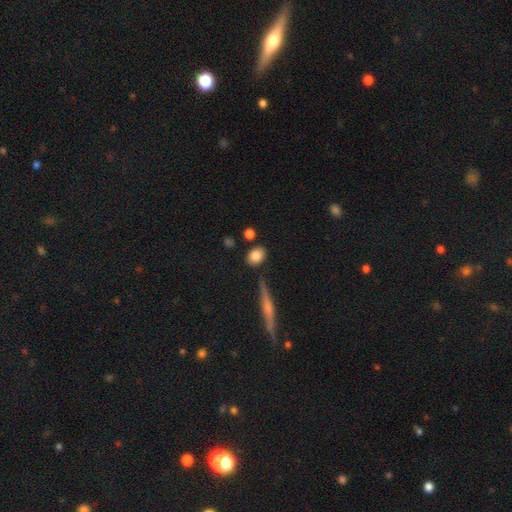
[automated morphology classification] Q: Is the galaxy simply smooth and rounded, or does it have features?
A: smooth — 83%.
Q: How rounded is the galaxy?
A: in between — 53%.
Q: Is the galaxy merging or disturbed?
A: none — 80%.